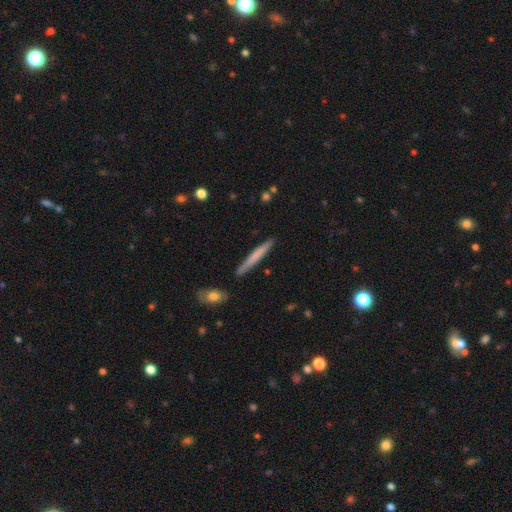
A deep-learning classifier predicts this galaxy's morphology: Smooth or featured? Predicted: smooth (p=0.62). How rounded? Predicted: cigar-shaped (p=0.96). Merging? Predicted: none (p=0.89).